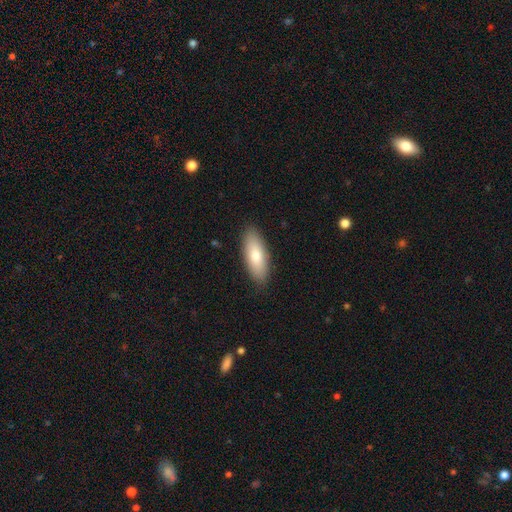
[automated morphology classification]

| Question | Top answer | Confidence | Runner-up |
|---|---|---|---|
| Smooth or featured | smooth | 77% | featured or disk (17%) |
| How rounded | in between | 73% | cigar-shaped (25%) |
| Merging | none | 88% | minor disturbance (9%) |